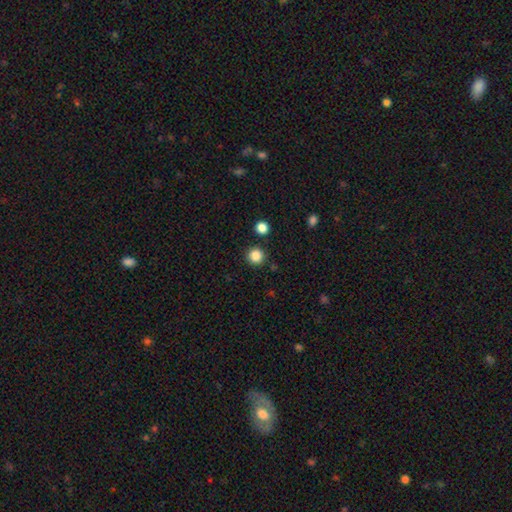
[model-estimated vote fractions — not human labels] Smooth or featured?
  - smooth: 86% *
  - star or artifact: 11%
  - featured or disk: 3%
How rounded?
  - round: 95% *
  - in between: 4%
  - cigar-shaped: 1%
Merging?
  - none: 89% *
  - minor disturbance: 5%
  - merger: 3%
  - major disturbance: 2%